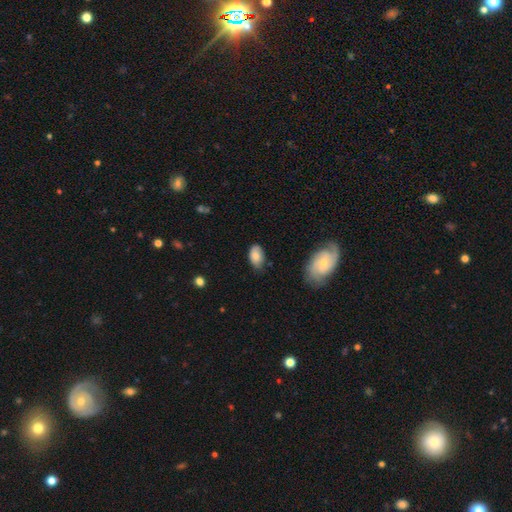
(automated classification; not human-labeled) A smooth galaxy with no disk features (78%) that is in between round and cigar-shaped (92%). Merging: none (68%).